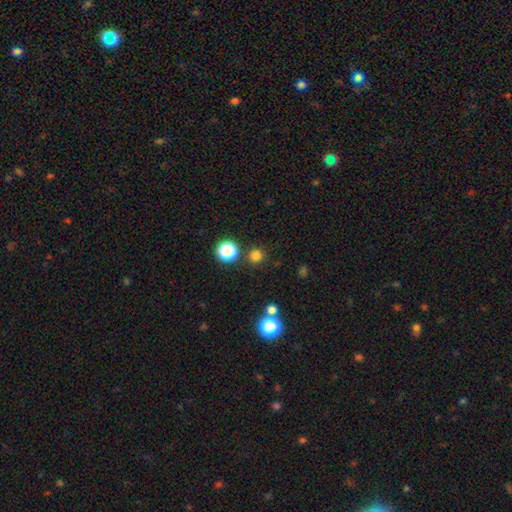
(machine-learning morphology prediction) This appears to be a smooth galaxy with no disk features (76%) that is round (95%). Merging: none (87%).